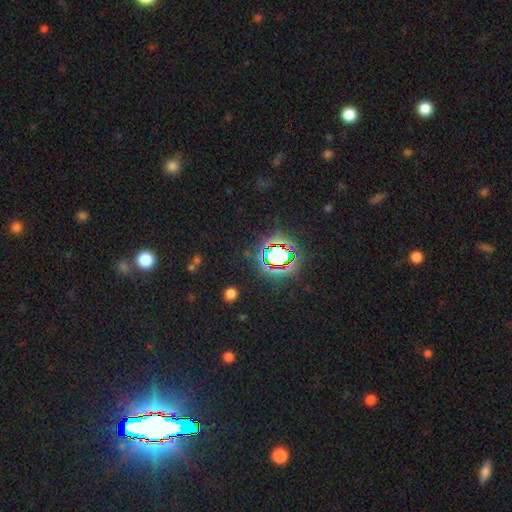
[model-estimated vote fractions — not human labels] The model was most divided on "smooth or featured": star or artifact: 82%, smooth: 11%, featured or disk: 7%.